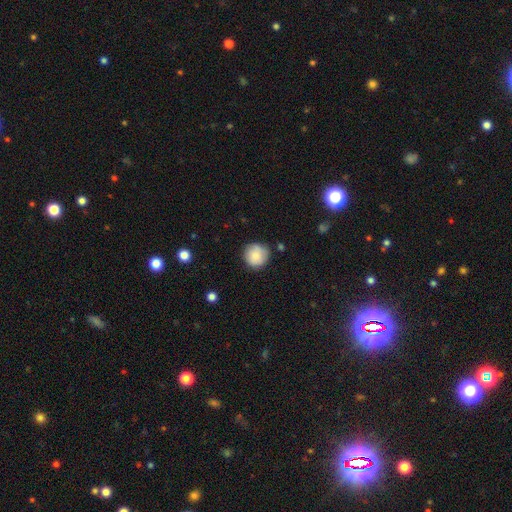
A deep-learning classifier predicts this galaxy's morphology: smooth-or-featured: smooth: 83% | featured or disk: 10% | star or artifact: 8%
  how-rounded: round: 94% | in between: 5% | cigar-shaped: 1%
  merging: none: 81% | minor disturbance: 14% | major disturbance: 3% | merger: 2%